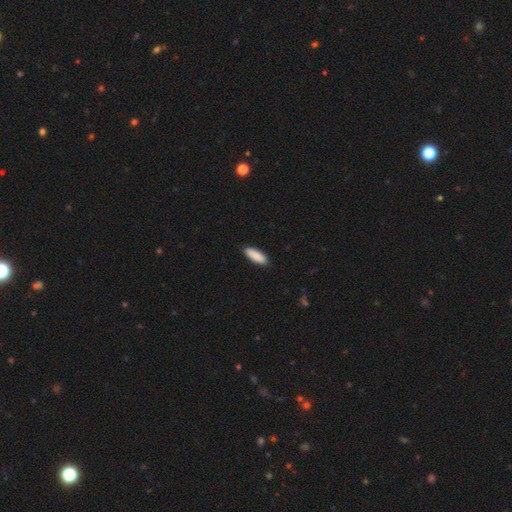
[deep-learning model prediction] Q: Smooth or featured?
A: smooth (91%); runner-up: star or artifact (5%)
Q: How rounded?
A: in between (58%); runner-up: cigar-shaped (41%)
Q: Merging?
A: none (90%); runner-up: minor disturbance (7%)